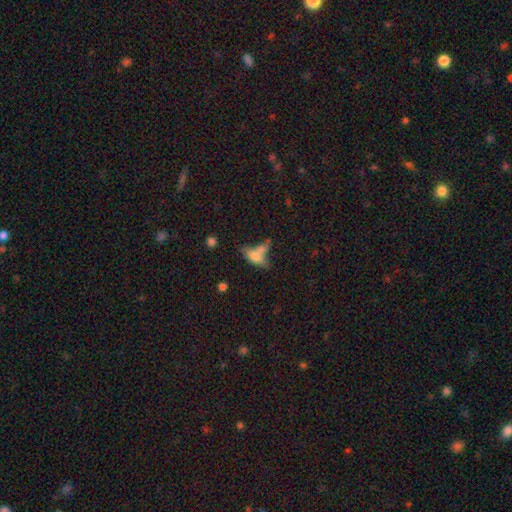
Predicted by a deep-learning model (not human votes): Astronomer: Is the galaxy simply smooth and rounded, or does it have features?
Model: smooth — 61%.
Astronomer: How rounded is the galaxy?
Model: in between — 60%.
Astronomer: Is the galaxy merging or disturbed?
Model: none — 37%, tied with merger at 37%.